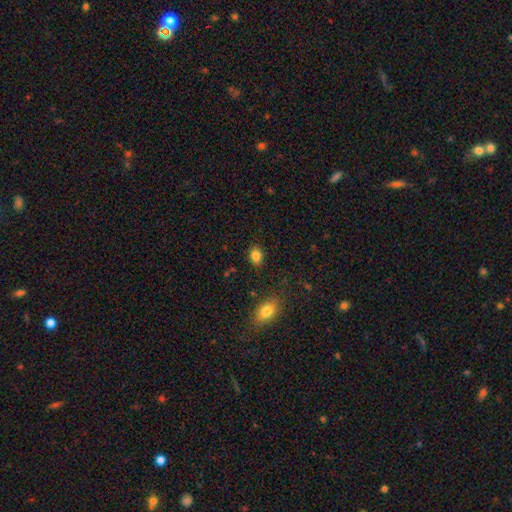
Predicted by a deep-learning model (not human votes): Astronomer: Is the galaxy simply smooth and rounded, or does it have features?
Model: smooth — 84%.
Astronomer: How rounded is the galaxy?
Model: in between — 69%.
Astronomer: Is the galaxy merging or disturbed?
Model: none — 85%.